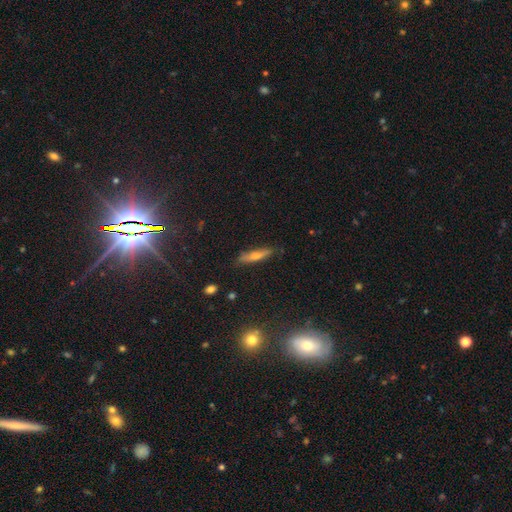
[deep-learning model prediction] Morphology: type=smooth (49%); merging=none (84%).